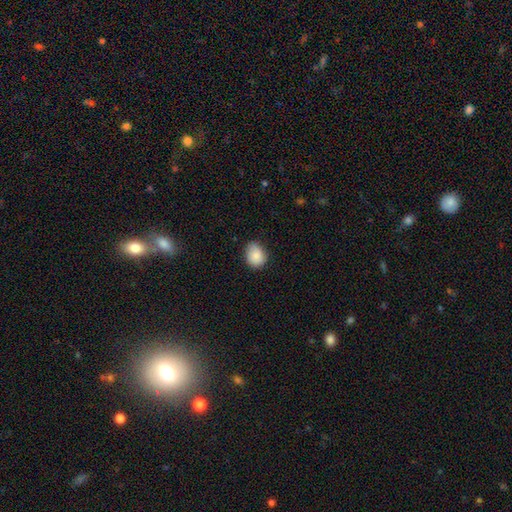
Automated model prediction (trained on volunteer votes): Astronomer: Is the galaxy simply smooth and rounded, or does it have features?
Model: smooth — 87%.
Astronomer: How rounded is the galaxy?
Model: round — 52% (runner-up: in between, 47%).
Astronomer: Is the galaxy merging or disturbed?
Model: none — 72%.